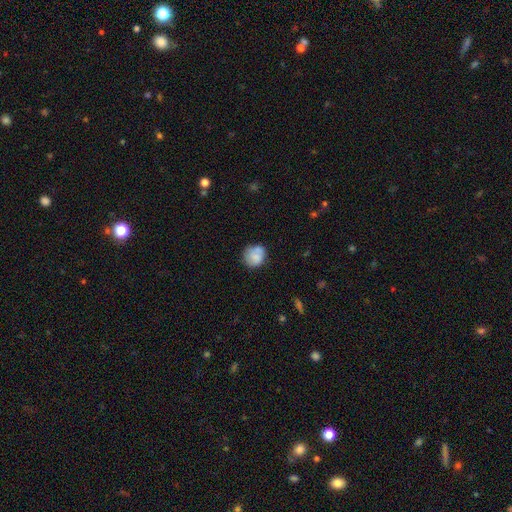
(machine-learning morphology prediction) This is likely a smooth galaxy (71%). How rounded: clearly round (81%). Merging: likely none (62%).